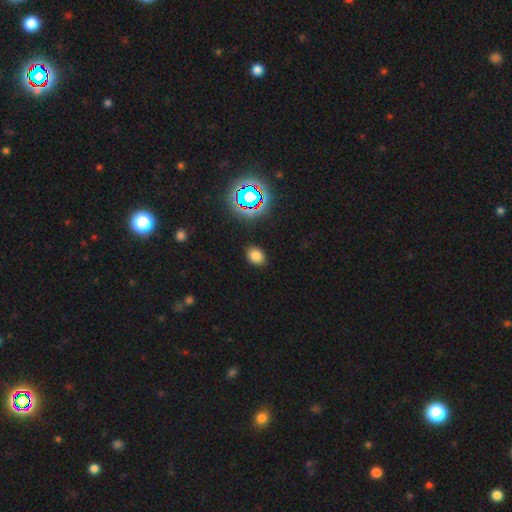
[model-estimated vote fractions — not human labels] smooth_or_featured: smooth (p=0.75) [alt: star or artifact p=0.19]
how_rounded: in between (p=0.66) [alt: round p=0.33]
merging: none (p=0.87) [alt: minor disturbance p=0.09]